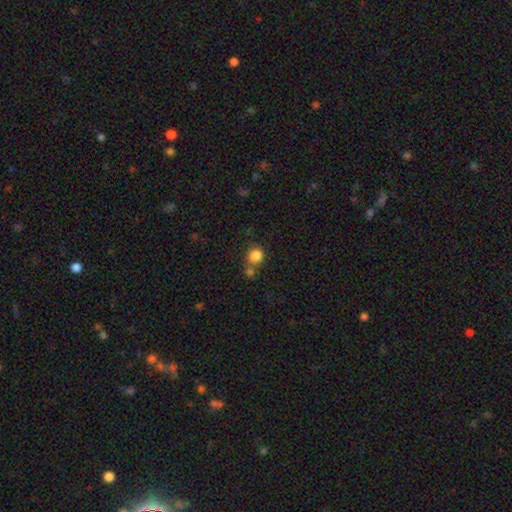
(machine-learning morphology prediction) A smooth galaxy with no disk features (85%) that is round (84%). Merging: none (59%).